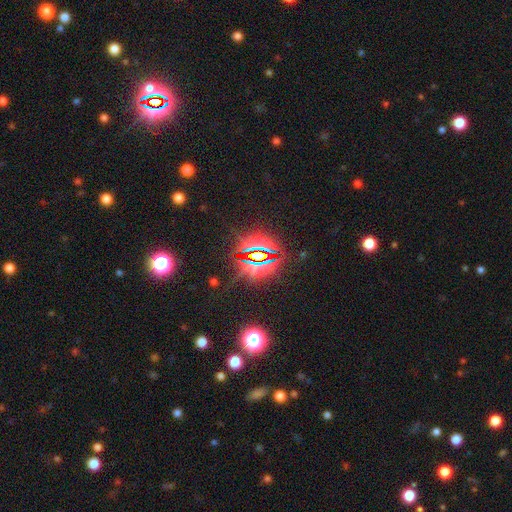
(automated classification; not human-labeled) Smooth or featured: star or artifact — 80% (smooth — 11%)